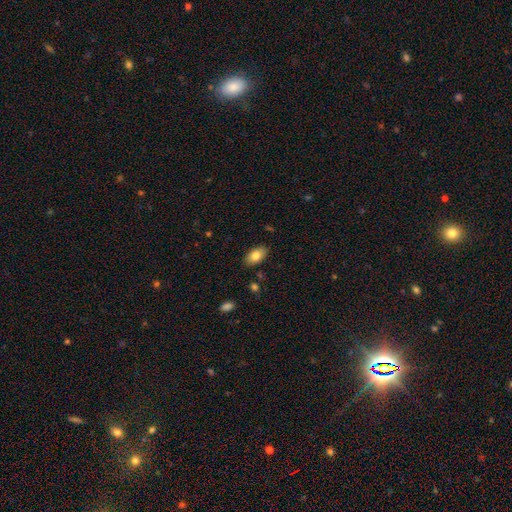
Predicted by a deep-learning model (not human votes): A smooth galaxy with no disk features (81%) that is in between round and cigar-shaped (92%).

Vote fractions:
- Smooth or featured? smooth: 81% / featured or disk: 12% / star or artifact: 7%
- How rounded? in between: 92% / round: 5% / cigar-shaped: 2%
- Merging? none: 85% / minor disturbance: 11% / major disturbance: 2% / merger: 2%